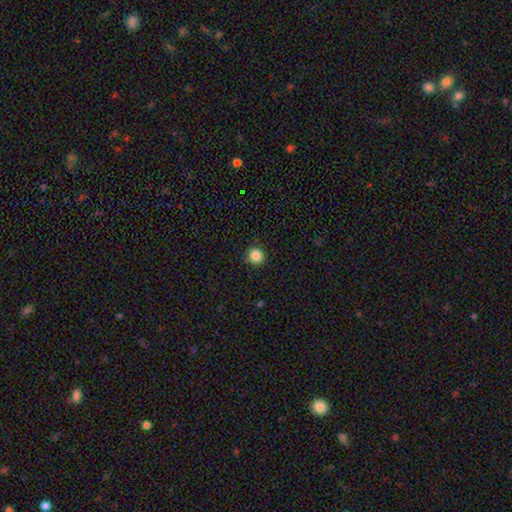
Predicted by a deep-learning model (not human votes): Smooth or featured? smooth (86%)
How rounded? round (93%)
Merging? none (90%)